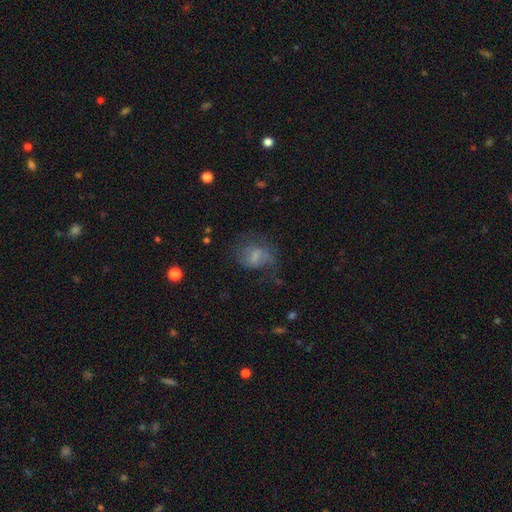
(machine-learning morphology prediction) Smooth or featured? Predicted: smooth (p=0.52). How rounded? Predicted: in between (p=0.55). Merging? Predicted: none (p=0.42).